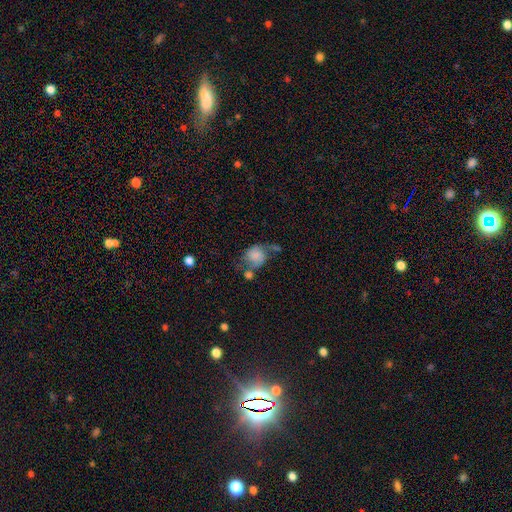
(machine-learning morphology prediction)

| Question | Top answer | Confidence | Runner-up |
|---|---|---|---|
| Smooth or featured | smooth | 56% | featured or disk (34%) |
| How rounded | round | 65% | in between (34%) |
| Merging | none | 32% | merger (23%) |